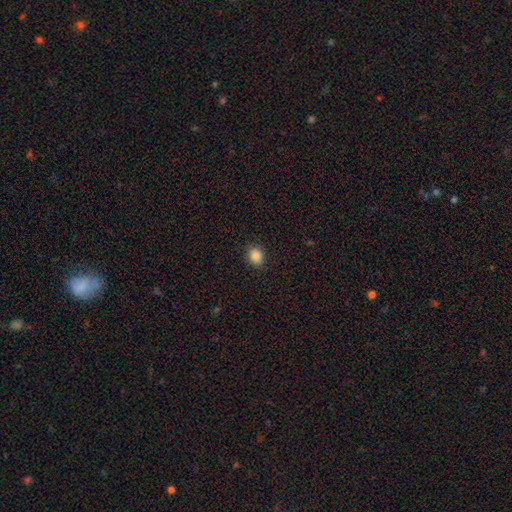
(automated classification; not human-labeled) smooth_or_featured: smooth (p=0.87) [alt: star or artifact p=0.10]
how_rounded: round (p=0.55) [alt: in between p=0.44]
merging: none (p=0.89) [alt: minor disturbance p=0.07]